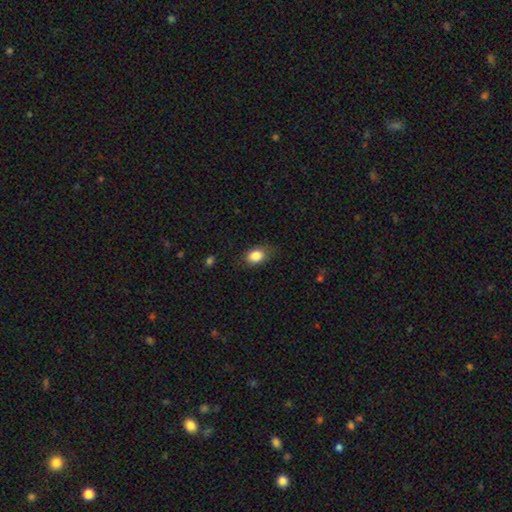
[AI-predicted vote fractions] smooth_or_featured: smooth (p=0.85) [alt: star or artifact p=0.09]
how_rounded: in between (p=0.72) [alt: round p=0.26]
merging: none (p=0.76) [alt: minor disturbance p=0.18]